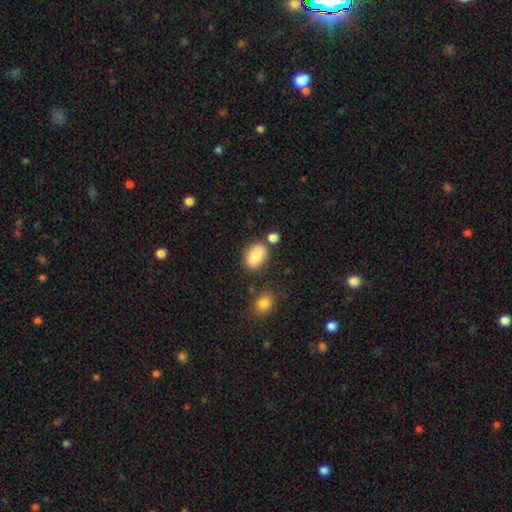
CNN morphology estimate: type=smooth (85%); roundness=in between (85%); merging=none (67%).